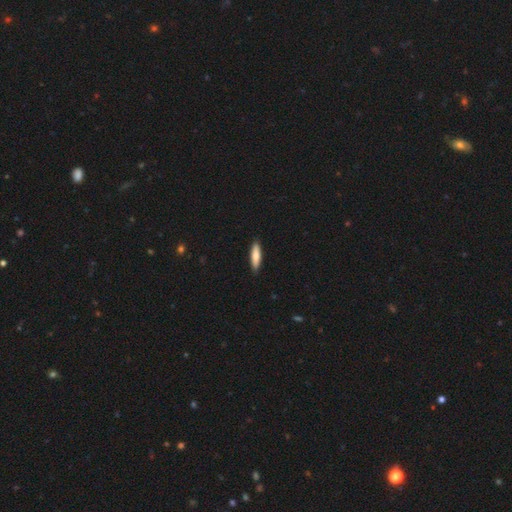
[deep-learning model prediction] Morphology: type=smooth (78%); roundness=cigar-shaped (71%); merging=none (90%).